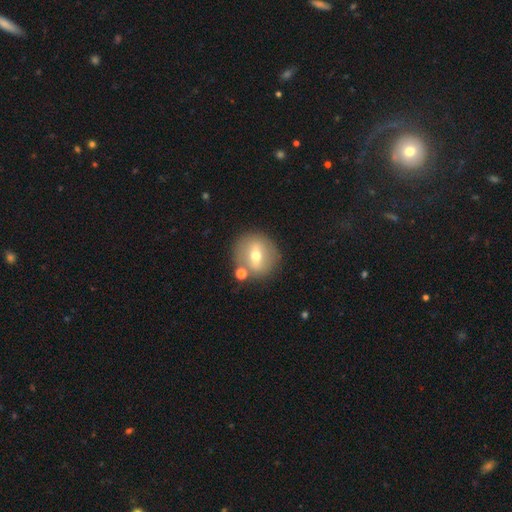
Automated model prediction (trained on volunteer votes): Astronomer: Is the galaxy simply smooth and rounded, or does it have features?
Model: featured or disk — 46% (runner-up: smooth, 44%).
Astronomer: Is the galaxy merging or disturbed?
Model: none — 79%.